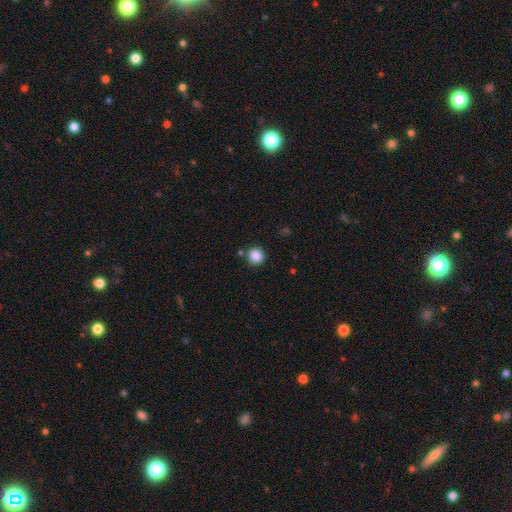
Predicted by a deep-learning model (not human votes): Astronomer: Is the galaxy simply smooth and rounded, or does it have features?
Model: smooth — 86%.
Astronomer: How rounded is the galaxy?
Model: round — 91%.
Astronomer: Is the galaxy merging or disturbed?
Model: none — 83%.